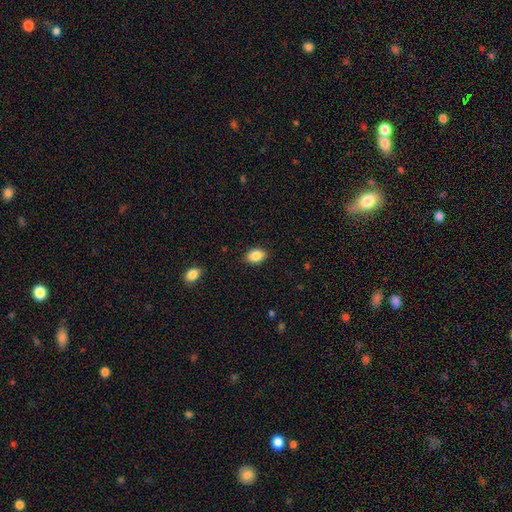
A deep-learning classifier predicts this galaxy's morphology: type=smooth (88%); roundness=in between (76%); merging=none (87%).